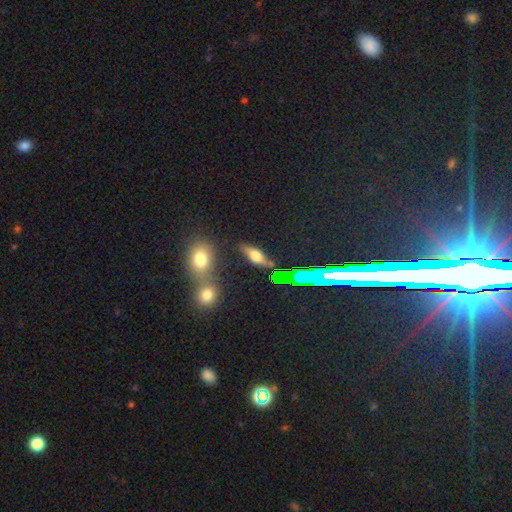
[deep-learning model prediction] smooth_or_featured: smooth (p=0.52) [alt: featured or disk p=0.30]
how_rounded: in between (p=0.64) [alt: cigar-shaped p=0.27]
merging: none (p=0.72) [alt: minor disturbance p=0.14]